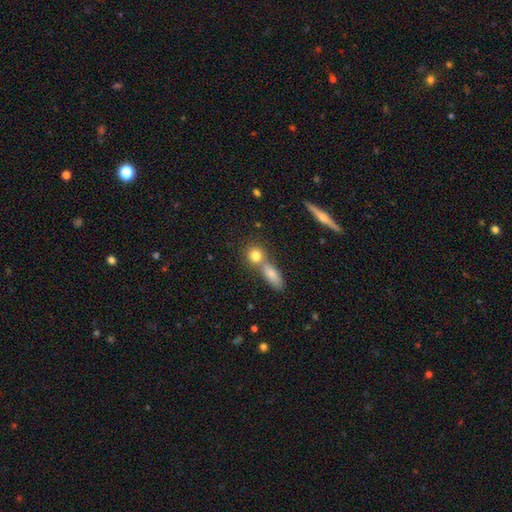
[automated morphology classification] Q: Smooth or featured?
A: smooth (79%); runner-up: featured or disk (11%)
Q: How rounded?
A: round (73%); runner-up: in between (21%)
Q: Merging?
A: none (50%); runner-up: merger (39%)